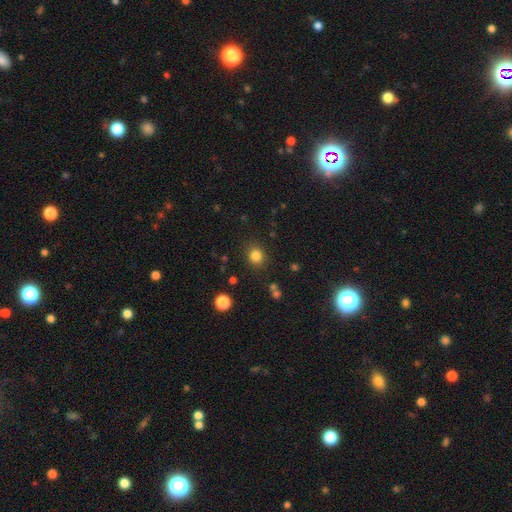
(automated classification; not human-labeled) This is clearly a smooth galaxy (82%). How rounded: clearly round (81%). Merging: clearly none (86%).